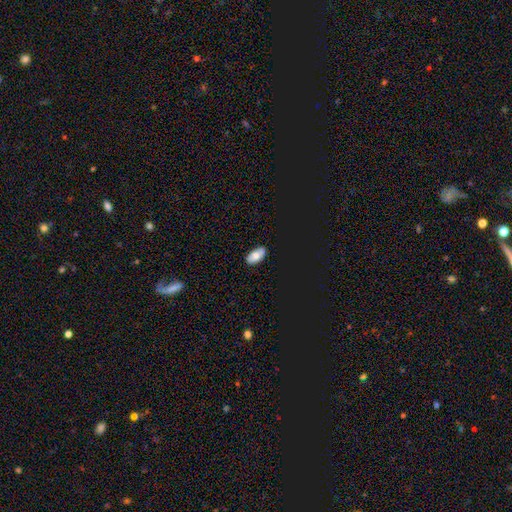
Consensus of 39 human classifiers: Smooth or featured?
  - smooth: 69% *
  - featured or disk: 18%
  - star or artifact: 13%
How rounded?
  - in between: 100% *
  - round: 0%
  - cigar-shaped: 0%
Merging?
  - none: 79% *
  - minor disturbance: 15%
  - major disturbance: 3%
  - merger: 3%